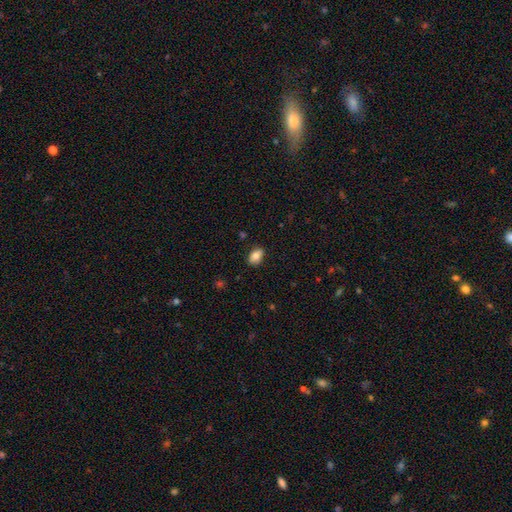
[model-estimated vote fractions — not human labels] Q: Smooth or featured?
A: smooth (80%); runner-up: featured or disk (12%)
Q: How rounded?
A: in between (85%); runner-up: round (13%)
Q: Merging?
A: none (84%); runner-up: minor disturbance (12%)